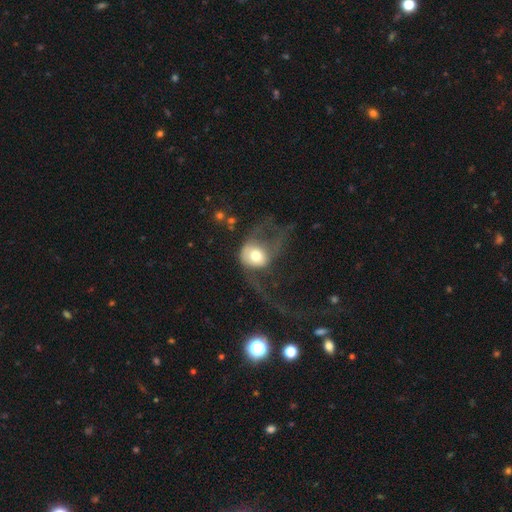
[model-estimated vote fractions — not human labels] This appears to be a smooth galaxy with no disk features (58%) that is round (68%). Merging: major disturbance (67%).